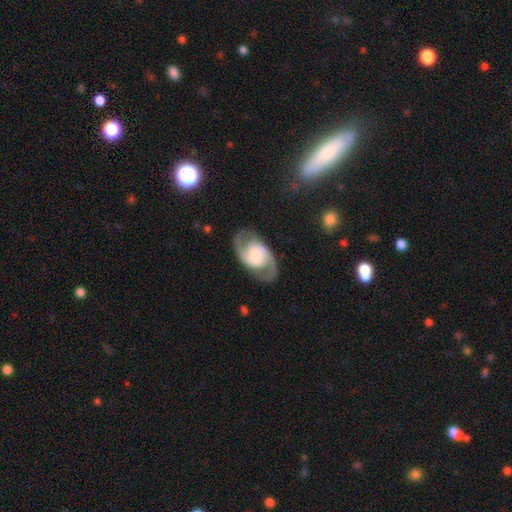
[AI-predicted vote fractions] This is clearly a featured or disk galaxy (88%). It is clearly not viewed edge-on (97%). Bar: marginally weak (43%). Spiral arm pattern: clearly yes (97%). Spiral arm count: clearly 2 (93%). Spiral winding: possibly medium (58%). Central bulge: marginally small (38%). Merging: clearly none (82%).